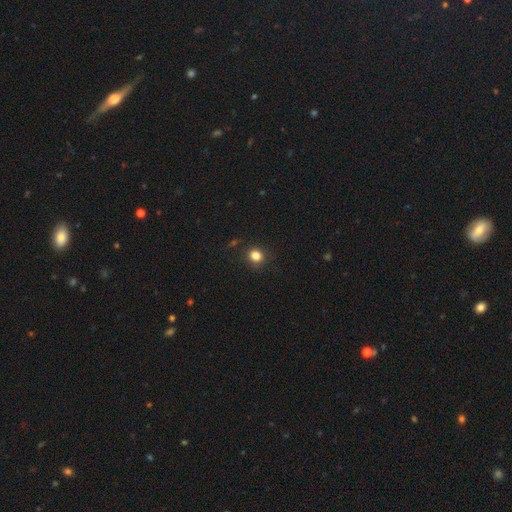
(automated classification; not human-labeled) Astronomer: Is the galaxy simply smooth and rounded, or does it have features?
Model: smooth — 83%.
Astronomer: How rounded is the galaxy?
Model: round — 78%.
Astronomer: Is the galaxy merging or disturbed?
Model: none — 84%.